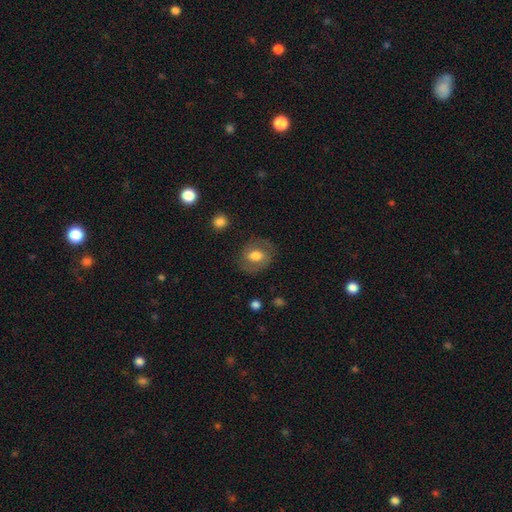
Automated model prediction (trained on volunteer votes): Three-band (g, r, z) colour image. It shows a smooth galaxy with no disk features (59%) that is round (57%). Merging: none (78%).